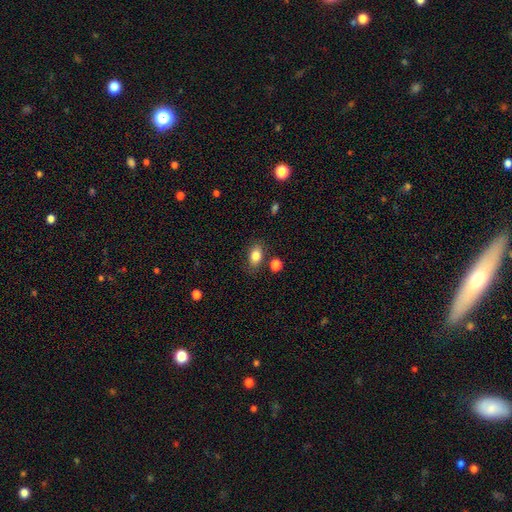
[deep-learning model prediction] A smooth galaxy with no disk features (83%) that is in between round and cigar-shaped (81%). Merging: none (80%).